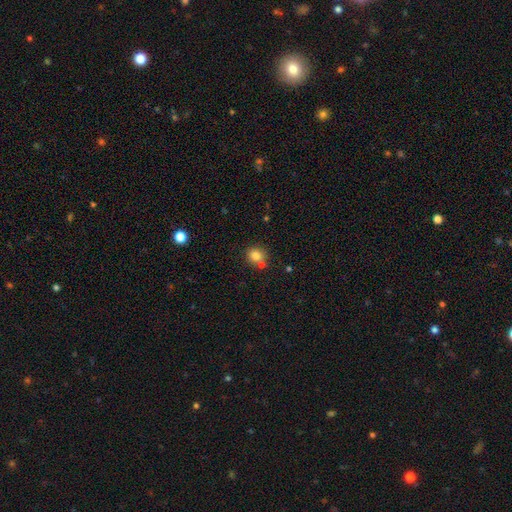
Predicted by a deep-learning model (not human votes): Overall: smooth (81%). How rounded: round (87%). Merging: none (68%).